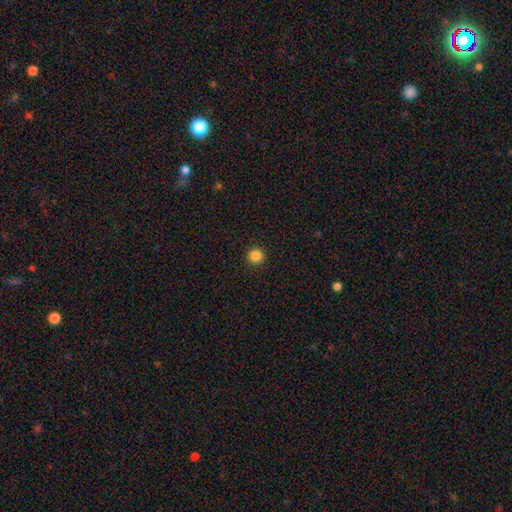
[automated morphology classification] This is clearly a smooth galaxy (86%). How rounded: clearly round (93%). Merging: clearly none (93%).